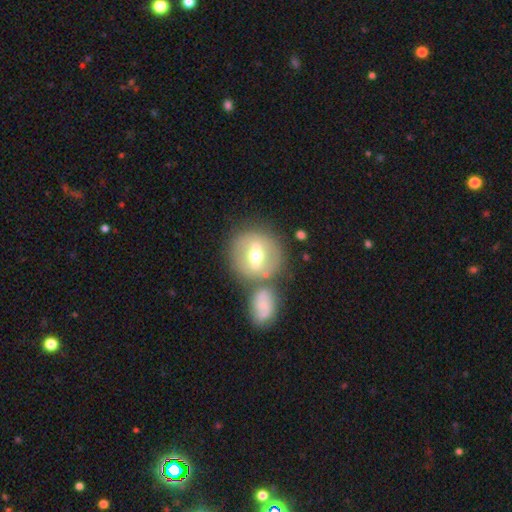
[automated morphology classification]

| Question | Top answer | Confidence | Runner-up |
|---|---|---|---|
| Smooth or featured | featured or disk | 53% | smooth (40%) |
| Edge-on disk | no | 87% | yes (13%) |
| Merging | none | 61% | merger (25%) |